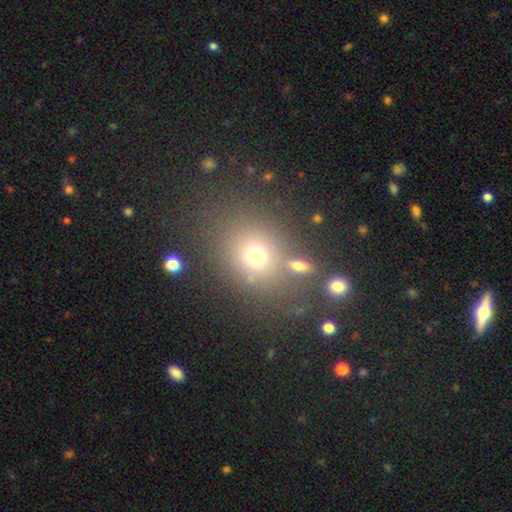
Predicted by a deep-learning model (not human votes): smooth_or_featured: smooth (p=0.68) [alt: star or artifact p=0.19]
how_rounded: round (p=0.63) [alt: in between p=0.35]
merging: none (p=0.71) [alt: minor disturbance p=0.12]